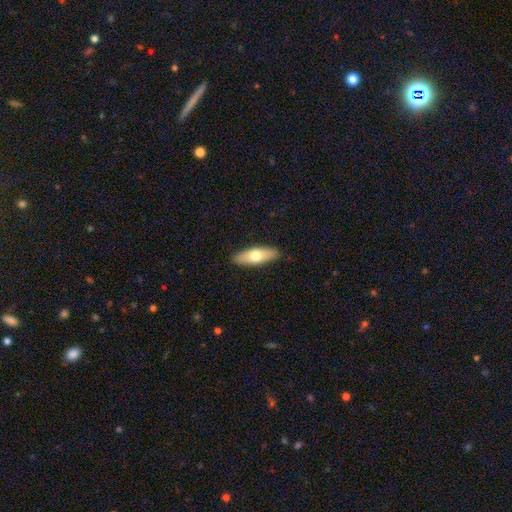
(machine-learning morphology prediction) The model was most divided on "how rounded": in between: 58%, cigar-shaped: 39%, round: 2%. More confident: merging — none (89%); smooth or featured — smooth (65%).